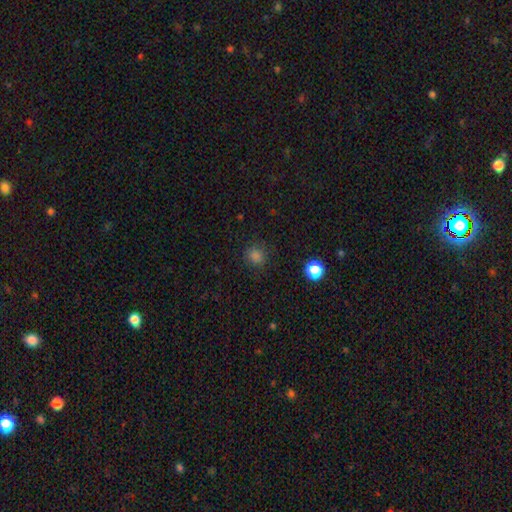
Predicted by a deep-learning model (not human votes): The model was most divided on "smooth or featured": smooth: 79%, star or artifact: 18%, featured or disk: 4%. More confident: how rounded — round (87%); merging — none (85%).